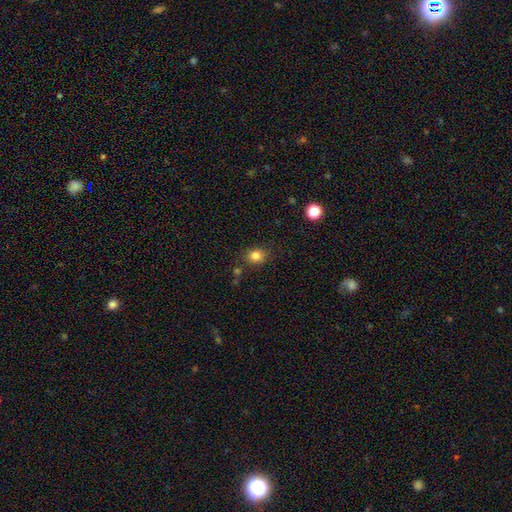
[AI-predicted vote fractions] Overall: smooth (83%). How rounded: round (69%; in between 30%). Merging: none (82%).